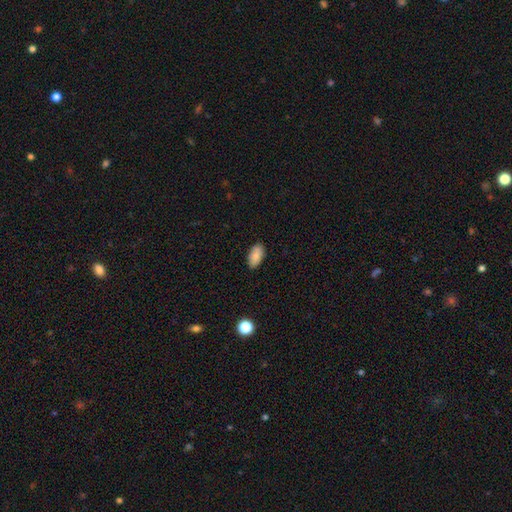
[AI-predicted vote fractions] smooth 85%, star or artifact 8%, featured or disk 7%. Down the decision tree: how rounded — in between (93%); merging — none (86%).